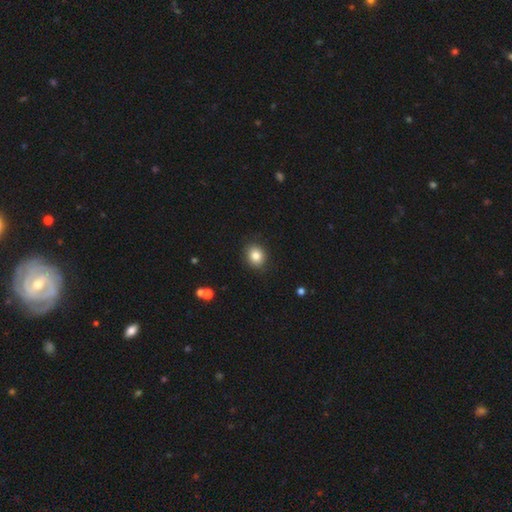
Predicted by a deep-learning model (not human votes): A smooth galaxy with no disk features (83%) that is round (70%). Merging: none (89%).